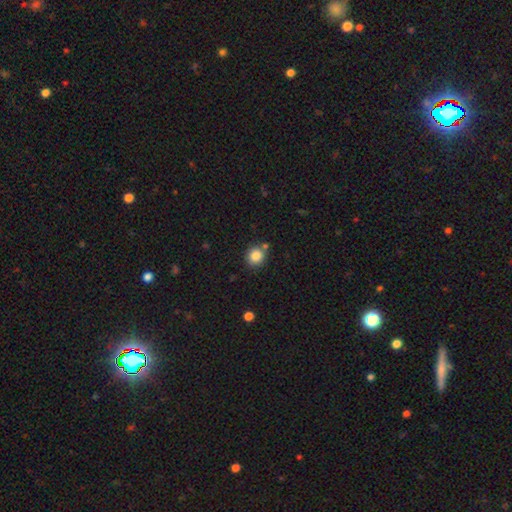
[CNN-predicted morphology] Smooth or featured?
  - smooth: 84% *
  - star or artifact: 10%
  - featured or disk: 5%
How rounded?
  - round: 87% *
  - in between: 12%
  - cigar-shaped: 1%
Merging?
  - none: 76% *
  - merger: 11%
  - minor disturbance: 10%
  - major disturbance: 3%